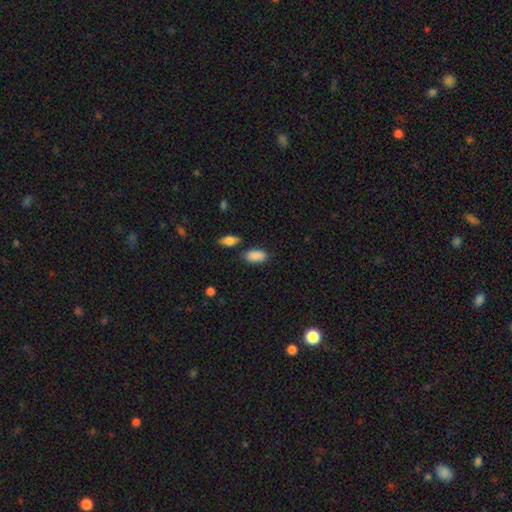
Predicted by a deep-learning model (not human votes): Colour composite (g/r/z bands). It shows a smooth galaxy with no disk features (89%) that is in between round and cigar-shaped (93%). Merging: none (75%).